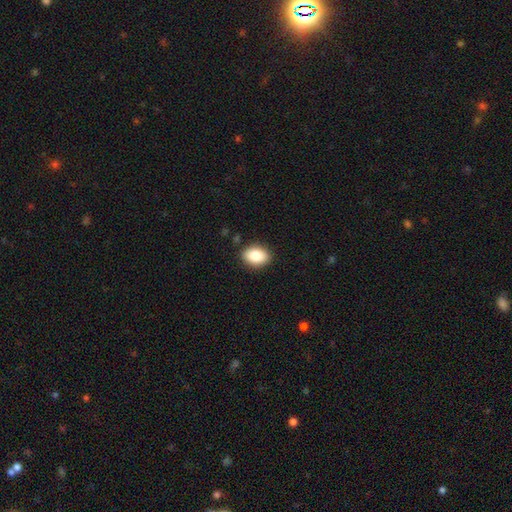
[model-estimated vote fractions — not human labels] The model was most divided on "how rounded": in between: 81%, round: 17%, cigar-shaped: 1%. More confident: merging — none (87%); smooth or featured — smooth (85%).